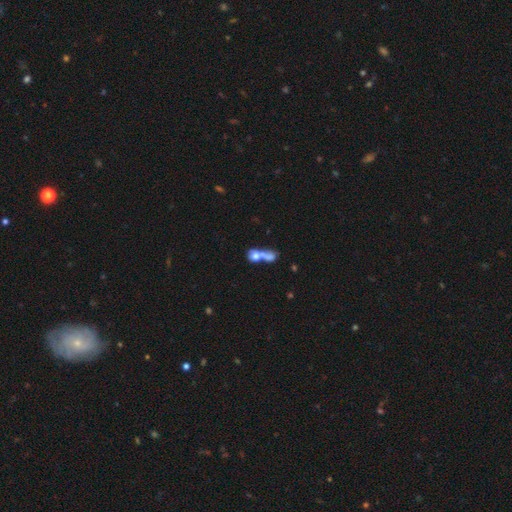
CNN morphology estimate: A smooth galaxy with no disk features (67%) that is round (47%).

Vote fractions:
- Smooth or featured? smooth: 67% / featured or disk: 23% / star or artifact: 11%
- How rounded? round: 47% / in between: 41% / cigar-shaped: 12%
- Merging? merger: 68% / none: 18% / major disturbance: 8% / minor disturbance: 6%